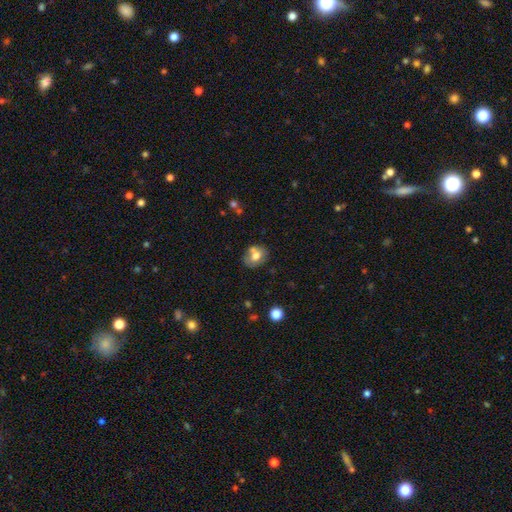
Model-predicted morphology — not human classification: smooth 67%, featured or disk 24%, star or artifact 9%. Down the decision tree: how rounded — in between (50%); merging — none (57%).